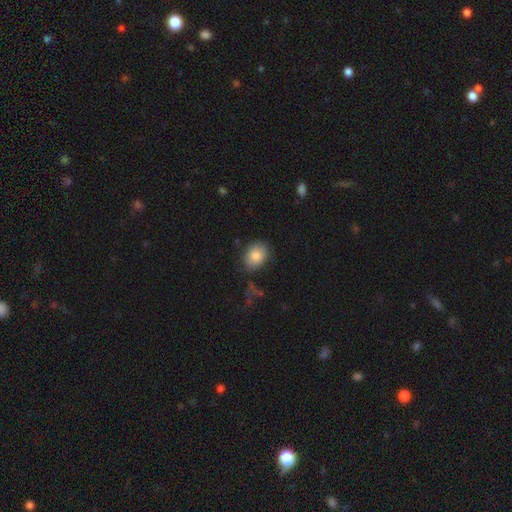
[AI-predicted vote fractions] The model was most divided on "how rounded": in between: 63%, round: 36%, cigar-shaped: 1%. More confident: smooth or featured — smooth (82%); merging — none (77%).